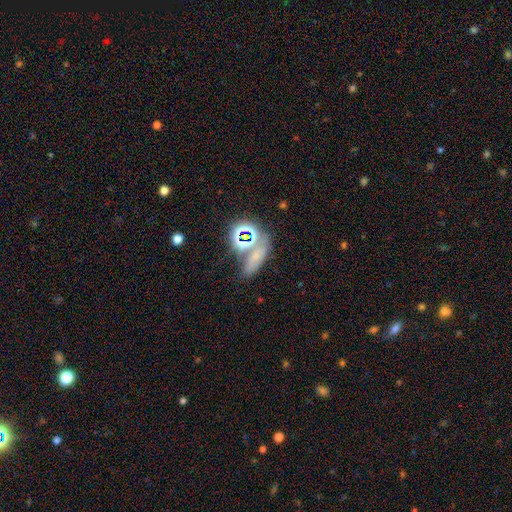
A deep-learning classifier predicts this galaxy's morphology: A smooth galaxy with no disk features (47%).

Vote fractions:
- Smooth or featured? smooth: 47% / star or artifact: 38% / featured or disk: 15%
- Merging? none: 51% / merger: 24% / minor disturbance: 15% / major disturbance: 10%